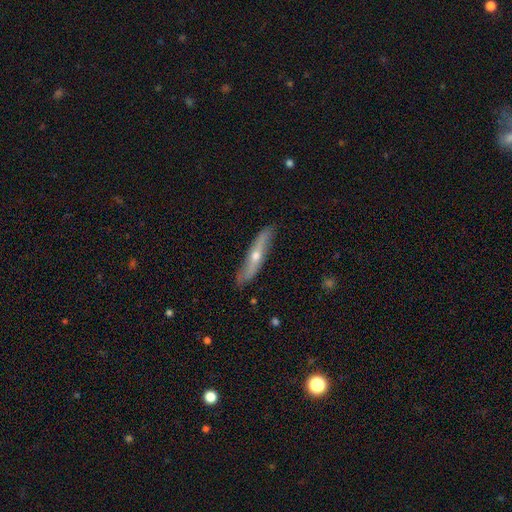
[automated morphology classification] smooth-or-featured: featured or disk: 64% | smooth: 30% | star or artifact: 6%
  disk-edge-on: yes: 74% | no: 26%
  merging: none: 83% | minor disturbance: 13% | major disturbance: 2% | merger: 1%